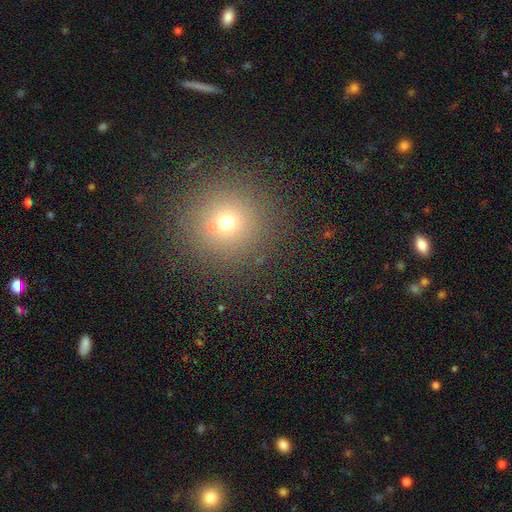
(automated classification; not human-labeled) Smooth or featured: smooth — 62% (star or artifact — 26%)
How rounded: round — 94% (in between — 5%)
Merging: none — 79% (merger — 12%)